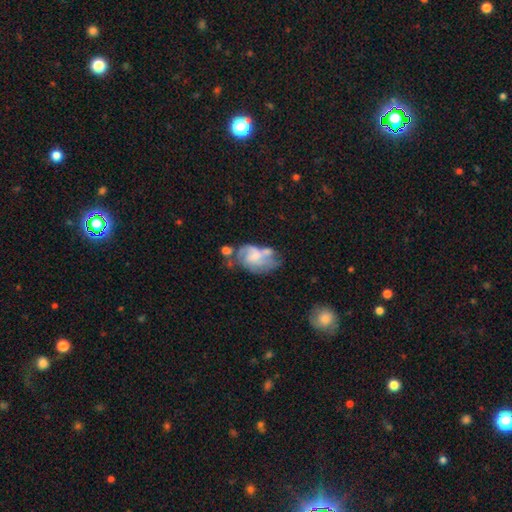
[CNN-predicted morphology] featured or disk 63%, smooth 29%, star or artifact 8%. Down the decision tree: edge-on disk — no (97%); bar — no (52%); spiral arms — yes (70%); bulge size — small (35%); merging — none (27%, tied with major disturbance).